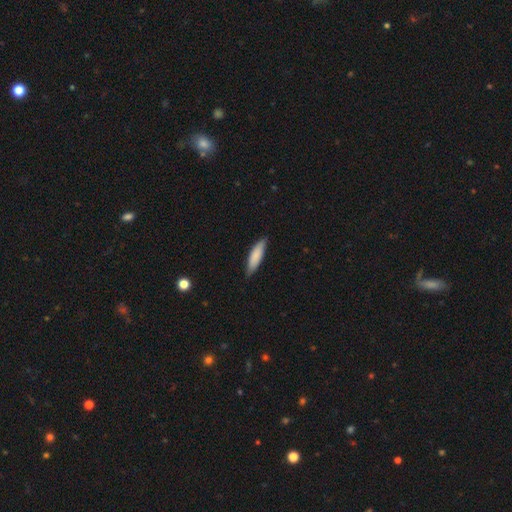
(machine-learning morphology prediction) type=smooth (82%); roundness=cigar-shaped (62%); merging=none (82%).